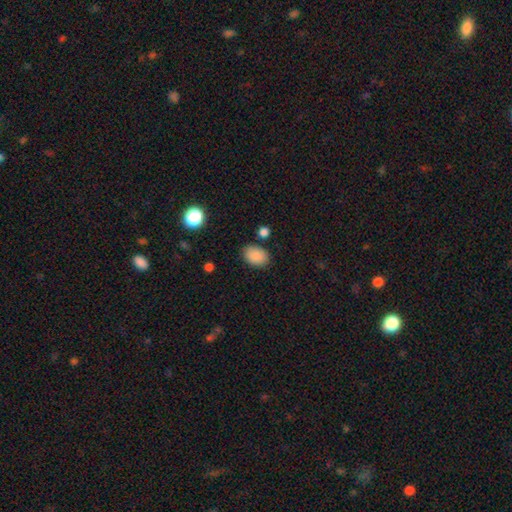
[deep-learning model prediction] A smooth galaxy with no disk features (88%) that is in between round and cigar-shaped (79%).

Vote fractions:
- Smooth or featured? smooth: 88% / star or artifact: 8% / featured or disk: 4%
- How rounded? in between: 79% / round: 20% / cigar-shaped: 1%
- Merging? none: 82% / minor disturbance: 11% / merger: 3% / major disturbance: 3%